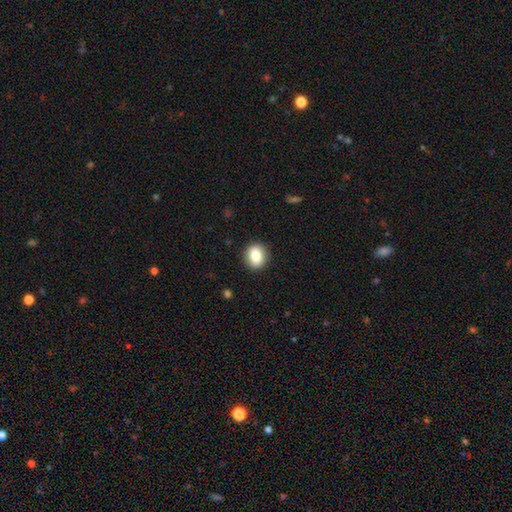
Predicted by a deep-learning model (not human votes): Smooth or featured?
  - smooth: 84% *
  - star or artifact: 8%
  - featured or disk: 8%
How rounded?
  - round: 61% *
  - in between: 38%
  - cigar-shaped: 1%
Merging?
  - none: 89% *
  - minor disturbance: 8%
  - major disturbance: 2%
  - merger: 1%